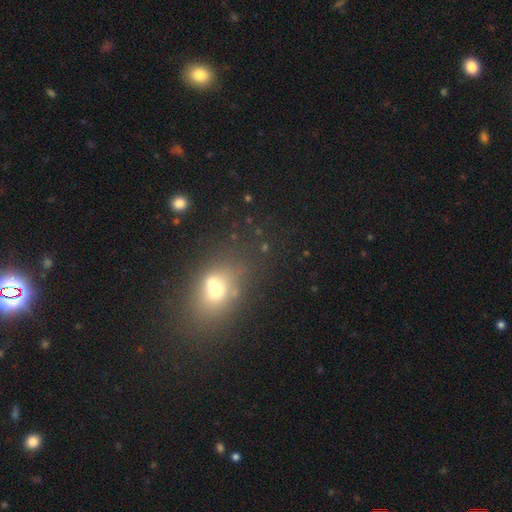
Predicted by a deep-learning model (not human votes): smooth 56%, star or artifact 29%, featured or disk 16%. Down the decision tree: how rounded — in between (63%); merging — none (68%).